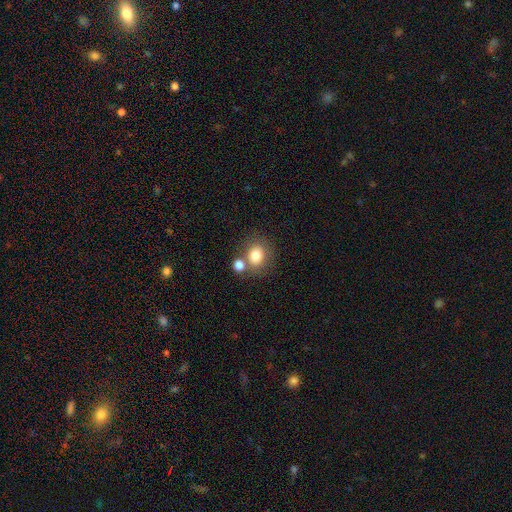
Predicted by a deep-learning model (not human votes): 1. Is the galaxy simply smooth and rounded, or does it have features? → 79% smooth, 11% star or artifact, 10% featured or disk.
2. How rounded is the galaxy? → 70% round, 29% in between, 1% cigar-shaped.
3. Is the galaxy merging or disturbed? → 59% none, 26% merger, 11% minor disturbance, 4% major disturbance.